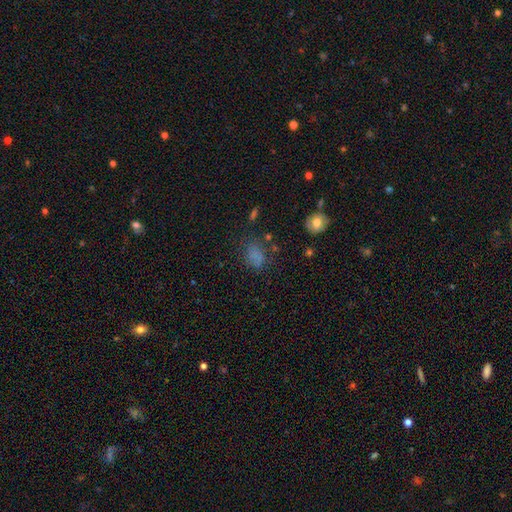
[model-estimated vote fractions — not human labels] Smooth or featured?
  - smooth: 74% *
  - star or artifact: 16%
  - featured or disk: 9%
How rounded?
  - in between: 75% *
  - round: 23%
  - cigar-shaped: 2%
Merging?
  - none: 62% *
  - minor disturbance: 22%
  - major disturbance: 11%
  - merger: 4%